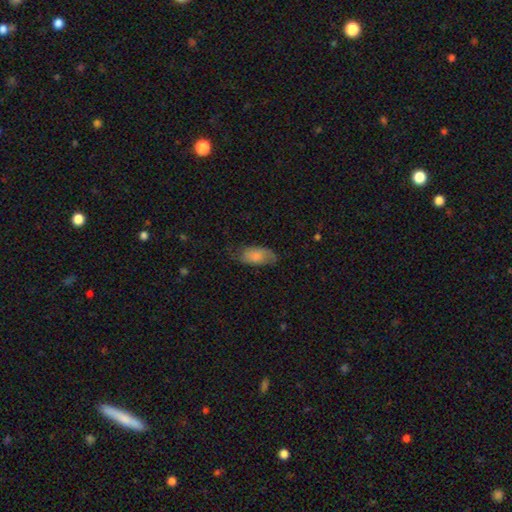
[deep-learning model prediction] smooth-or-featured: smooth: 73% | featured or disk: 20% | star or artifact: 7%
  how-rounded: in between: 92% | cigar-shaped: 5% | round: 3%
  merging: none: 59% | minor disturbance: 28% | major disturbance: 11% | merger: 1%